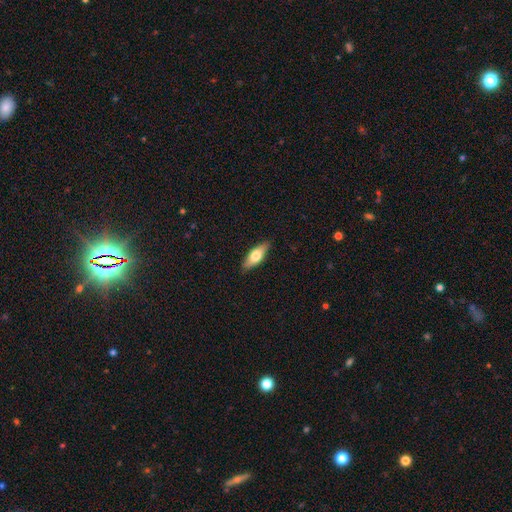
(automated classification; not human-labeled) Q: Smooth or featured?
A: smooth (63%); runner-up: featured or disk (32%)
Q: How rounded?
A: in between (63%); runner-up: cigar-shaped (34%)
Q: Merging?
A: none (87%); runner-up: minor disturbance (10%)